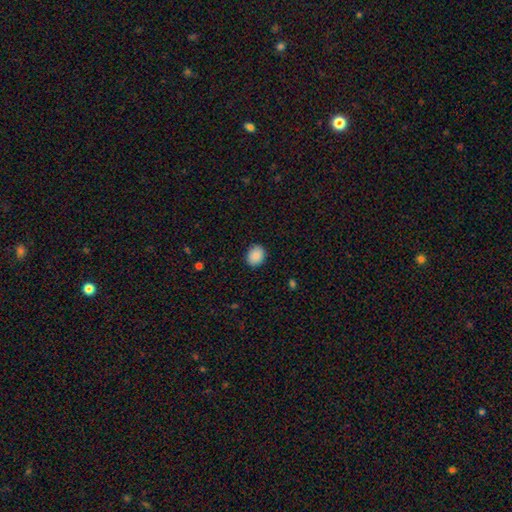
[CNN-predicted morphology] A smooth galaxy with no disk features (88%) that is round (60%).

Vote fractions:
- Smooth or featured? smooth: 88% / star or artifact: 8% / featured or disk: 4%
- How rounded? round: 60% / in between: 39% / cigar-shaped: 1%
- Merging? none: 87% / minor disturbance: 10% / major disturbance: 2% / merger: 1%